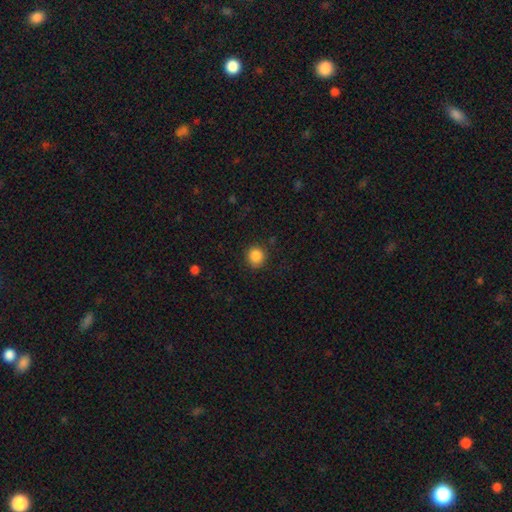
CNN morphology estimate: This is clearly a smooth galaxy (87%). How rounded: clearly round (89%). Merging: clearly none (87%).